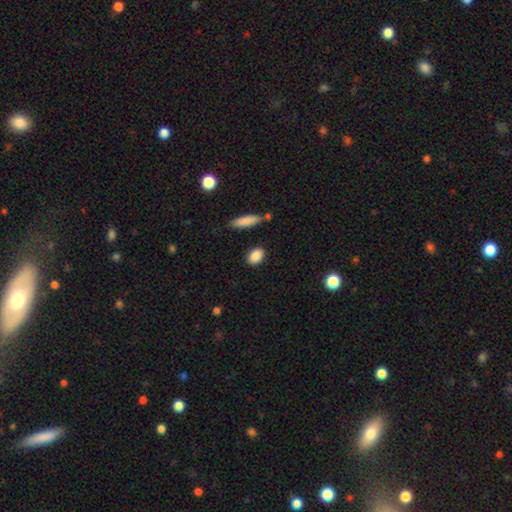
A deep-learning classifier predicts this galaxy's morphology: This appears to be a smooth galaxy with no disk features (88%) that is in between round and cigar-shaped (74%). Merging: none (85%).